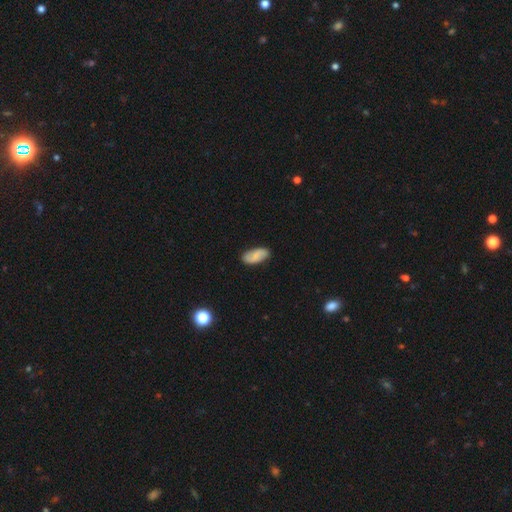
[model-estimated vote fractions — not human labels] smooth 61%, featured or disk 32%, star or artifact 7%. Down the decision tree: how rounded — in between (89%); merging — none (82%).